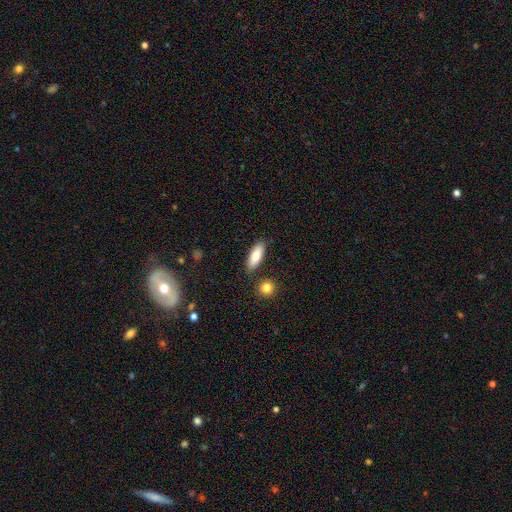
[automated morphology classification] This is likely a smooth galaxy (79%). How rounded: likely in between (67%). Merging: clearly none (84%).